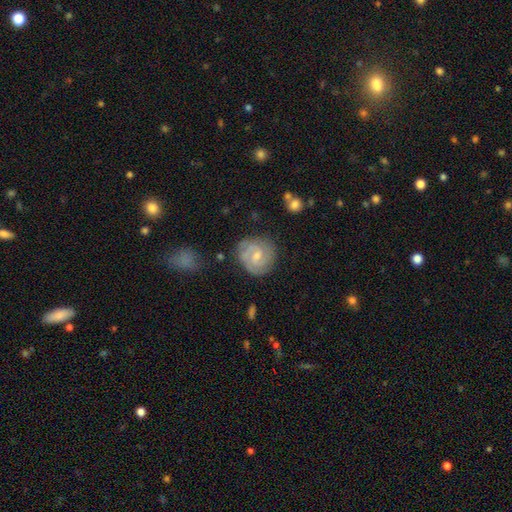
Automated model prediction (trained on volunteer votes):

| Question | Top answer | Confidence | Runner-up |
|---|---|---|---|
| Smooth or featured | featured or disk | 71% | smooth (23%) |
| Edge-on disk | no | 98% | yes (2%) |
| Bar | weak | 53% | no (39%) |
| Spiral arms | yes | 92% | no (8%) |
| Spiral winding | tight | 55% | medium (36%) |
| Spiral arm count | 2 | 49% | can't tell (23%) |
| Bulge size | small | 50% | moderate (44%) |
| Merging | none | 74% | minor disturbance (18%) |